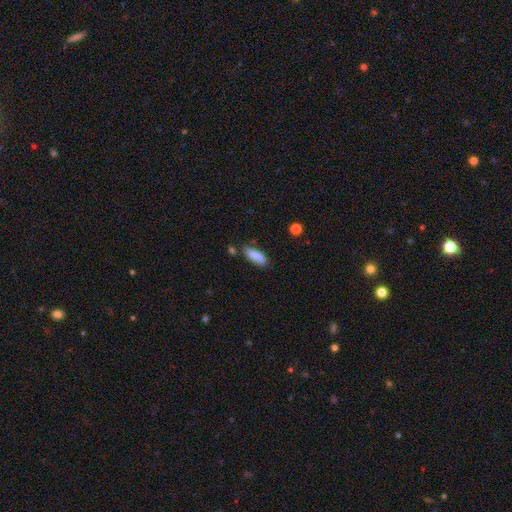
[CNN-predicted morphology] smooth-or-featured: smooth: 86% | star or artifact: 7% | featured or disk: 7%
  how-rounded: in between: 65% | cigar-shaped: 33% | round: 2%
  merging: none: 68% | minor disturbance: 22% | merger: 6% | major disturbance: 4%